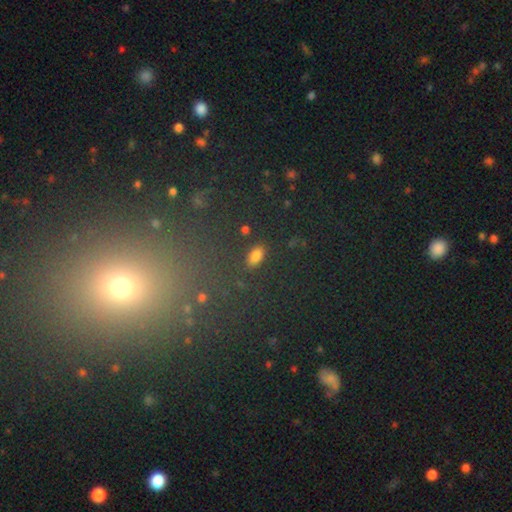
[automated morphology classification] A smooth galaxy with no disk features (79%) that is in between round and cigar-shaped (90%).

Vote fractions:
- Smooth or featured? smooth: 79% / star or artifact: 15% / featured or disk: 6%
- How rounded? in between: 90% / round: 6% / cigar-shaped: 4%
- Merging? none: 86% / minor disturbance: 9% / major disturbance: 3% / merger: 2%